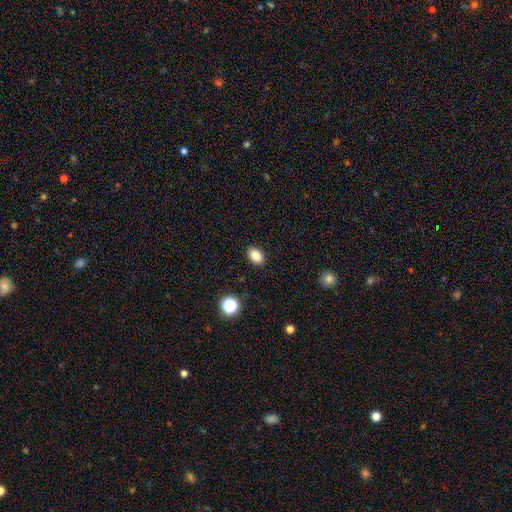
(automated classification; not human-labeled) Smooth or featured: smooth — 84% (star or artifact — 10%)
How rounded: in between — 83% (round — 16%)
Merging: none — 89% (minor disturbance — 8%)